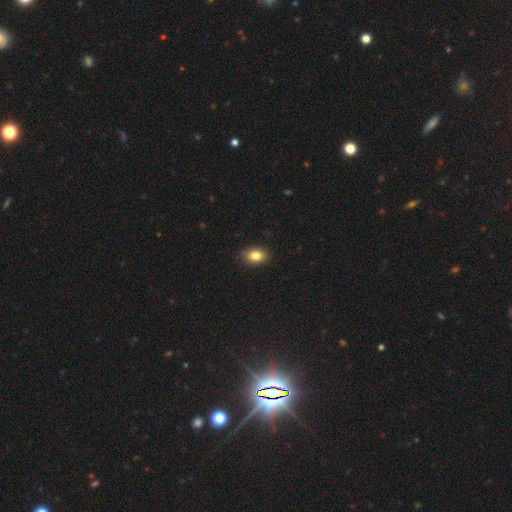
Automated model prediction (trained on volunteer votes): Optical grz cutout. It shows a smooth galaxy with no disk features (84%) that is in between round and cigar-shaped (78%). Merging: none (86%).